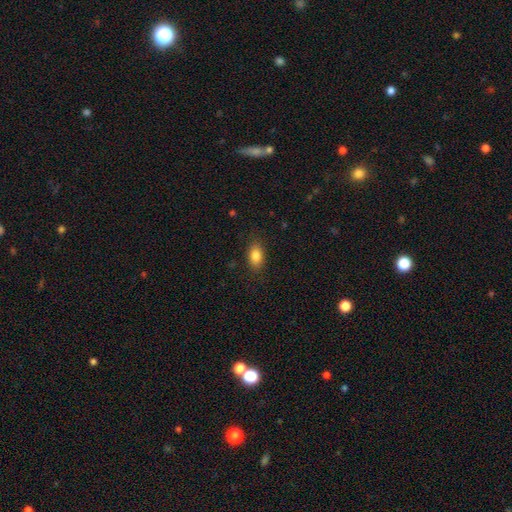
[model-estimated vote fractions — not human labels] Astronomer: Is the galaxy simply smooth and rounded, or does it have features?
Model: smooth — 84%.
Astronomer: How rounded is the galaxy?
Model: in between — 86%.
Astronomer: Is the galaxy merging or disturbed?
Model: none — 85%.